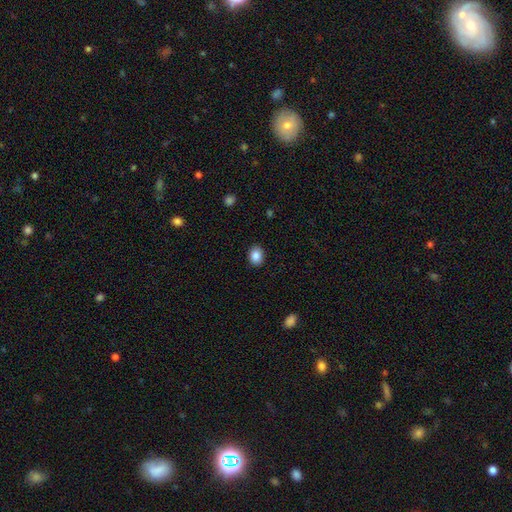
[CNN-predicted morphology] type=smooth (87%); roundness=in between (54%); merging=none (89%).